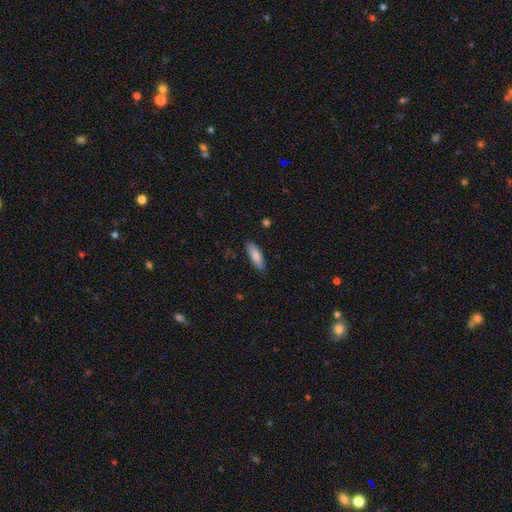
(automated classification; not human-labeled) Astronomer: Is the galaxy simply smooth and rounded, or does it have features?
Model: smooth — 85%.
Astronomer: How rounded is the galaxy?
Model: cigar-shaped — 52% (runner-up: in between, 46%).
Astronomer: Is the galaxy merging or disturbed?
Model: none — 83%.